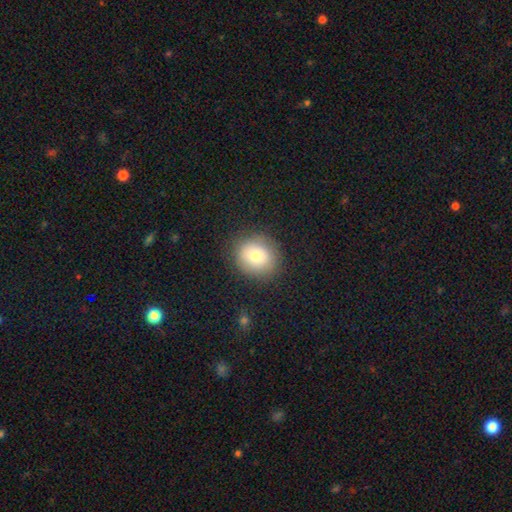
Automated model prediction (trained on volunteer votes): Smooth or featured? smooth (79%)
How rounded? round (80%)
Merging? none (85%)